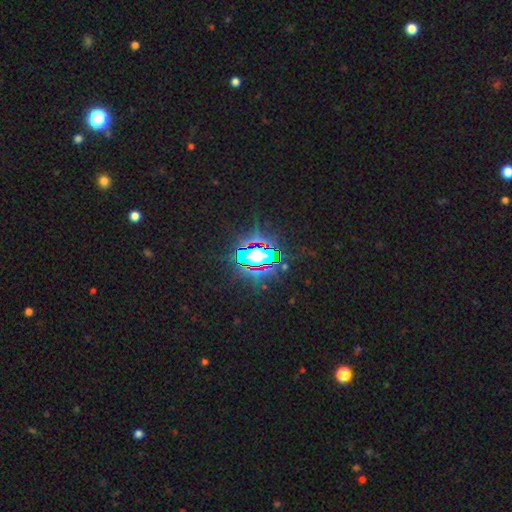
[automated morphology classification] Smooth or featured? Predicted: star or artifact (p=0.71).